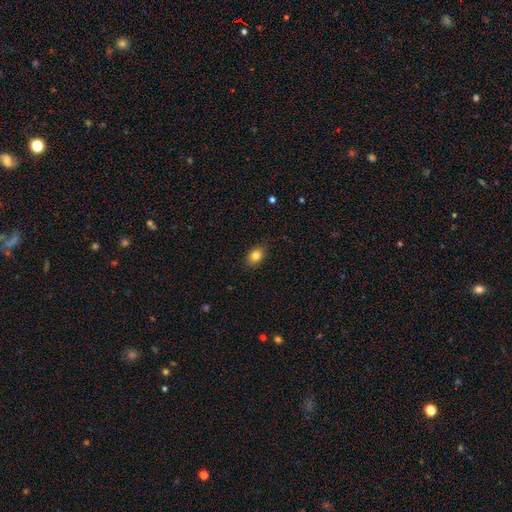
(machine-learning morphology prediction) Smooth or featured? Predicted: smooth (p=0.84). How rounded? Predicted: in between (p=0.71). Merging? Predicted: none (p=0.88).